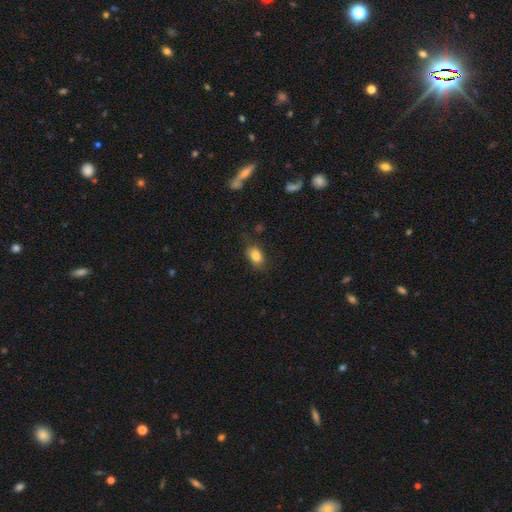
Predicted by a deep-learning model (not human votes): Q: Smooth or featured?
A: smooth (84%); runner-up: star or artifact (9%)
Q: How rounded?
A: in between (80%); runner-up: round (18%)
Q: Merging?
A: none (78%); runner-up: minor disturbance (16%)